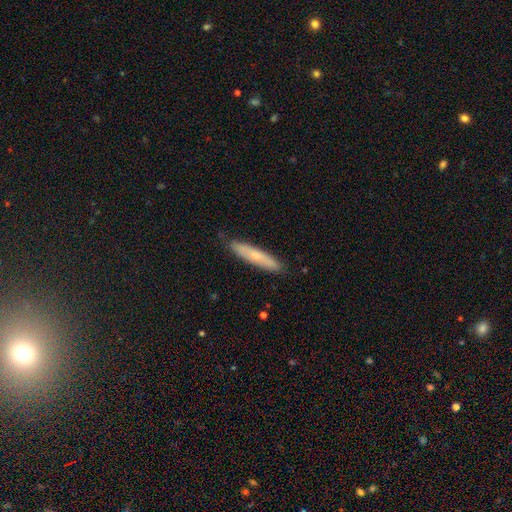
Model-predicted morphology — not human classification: The model was most divided on "smooth or featured": smooth: 58%, featured or disk: 36%, star or artifact: 6%. More confident: how rounded — cigar-shaped (87%); merging — none (84%).